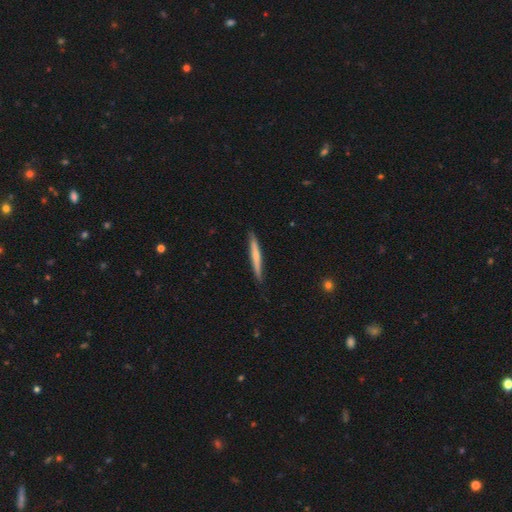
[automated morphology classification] type=smooth (54%); roundness=cigar-shaped (96%); merging=none (87%).